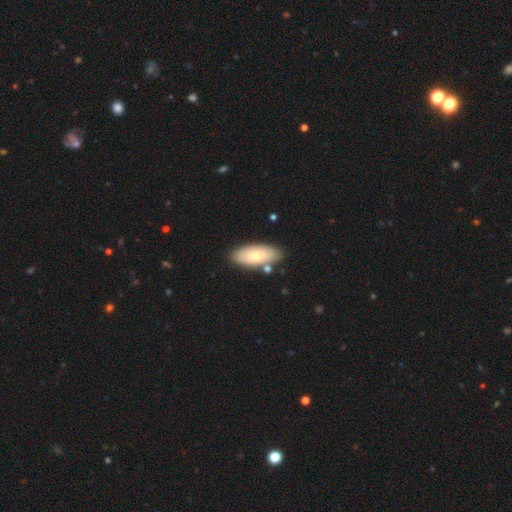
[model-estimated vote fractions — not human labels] Q: Smooth or featured?
A: smooth (66%); runner-up: featured or disk (28%)
Q: How rounded?
A: in between (86%); runner-up: cigar-shaped (11%)
Q: Merging?
A: none (77%); runner-up: minor disturbance (13%)